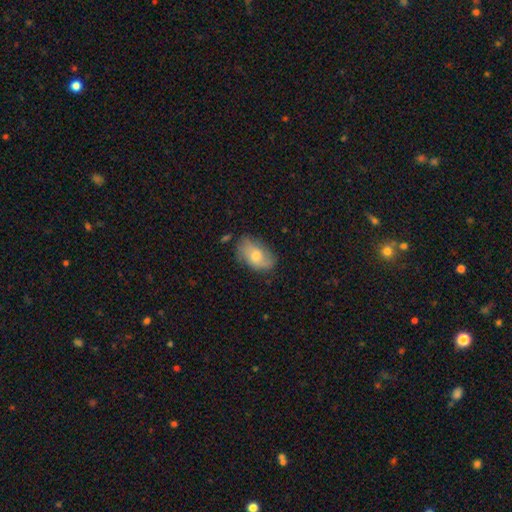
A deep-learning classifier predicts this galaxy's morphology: smooth 55%, featured or disk 37%, star or artifact 8%. Down the decision tree: how rounded — in between (88%); merging — none (65%).